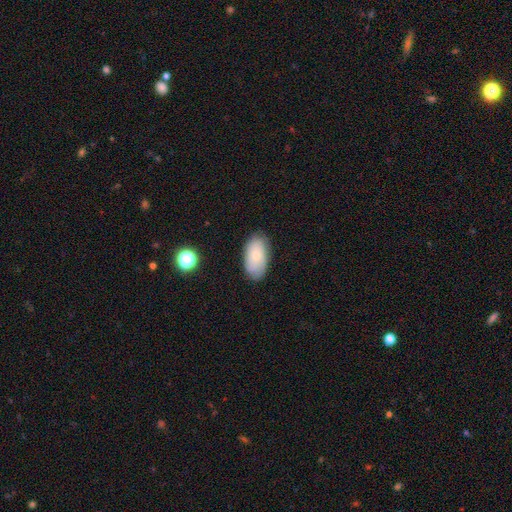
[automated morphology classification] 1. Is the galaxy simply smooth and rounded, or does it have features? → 71% smooth, 22% featured or disk, 8% star or artifact.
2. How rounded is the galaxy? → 94% in between, 4% round, 2% cigar-shaped.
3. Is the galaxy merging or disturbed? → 81% none, 15% minor disturbance, 3% major disturbance, 1% merger.